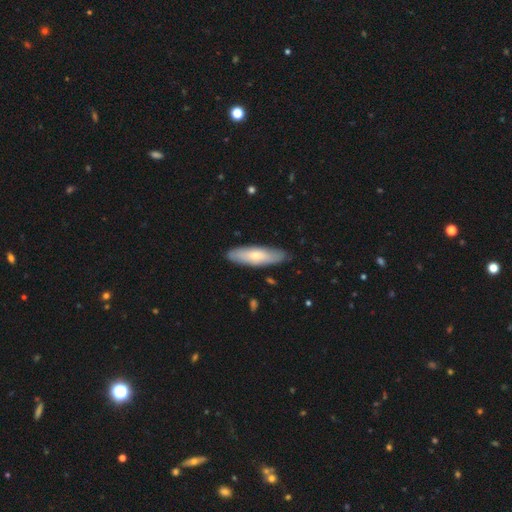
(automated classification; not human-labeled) smooth-or-featured: smooth: 64% | featured or disk: 30% | star or artifact: 5%
  how-rounded: cigar-shaped: 58% | in between: 41% | round: 2%
  merging: none: 86% | minor disturbance: 11% | major disturbance: 2% | merger: 1%